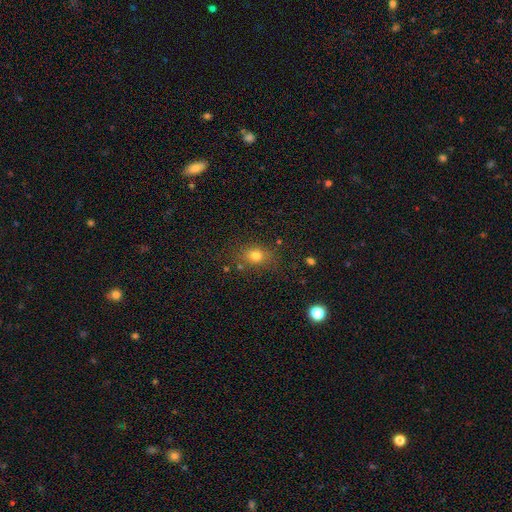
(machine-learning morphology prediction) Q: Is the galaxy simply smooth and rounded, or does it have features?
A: smooth — 76%.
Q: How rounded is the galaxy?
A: in between — 51%.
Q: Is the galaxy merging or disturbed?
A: none — 76%.